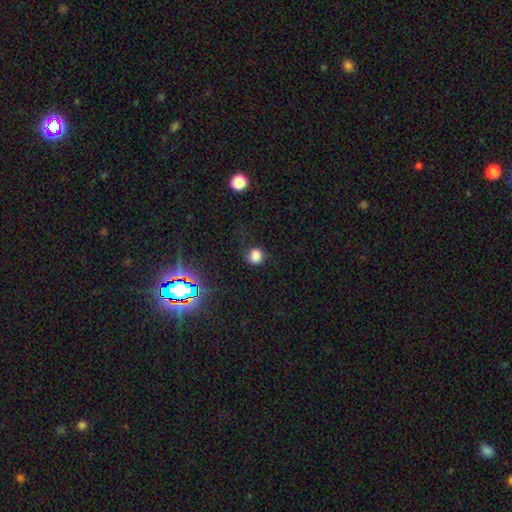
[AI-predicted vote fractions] A smooth galaxy with no disk features (78%) that is round (83%). Merging: none (69%).